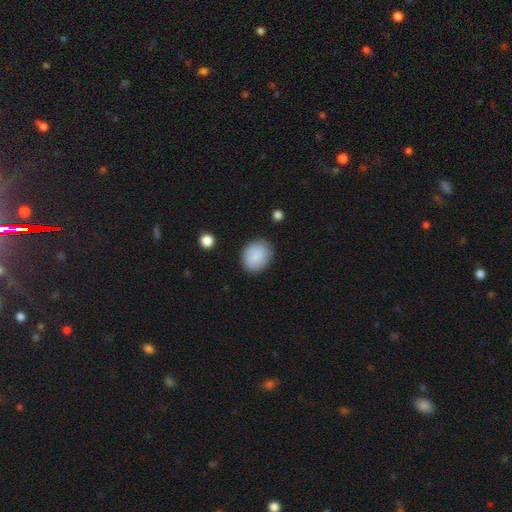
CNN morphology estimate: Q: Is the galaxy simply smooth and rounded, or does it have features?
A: smooth — 88%.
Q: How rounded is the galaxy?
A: round — 57%.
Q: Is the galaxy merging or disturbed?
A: none — 84%.